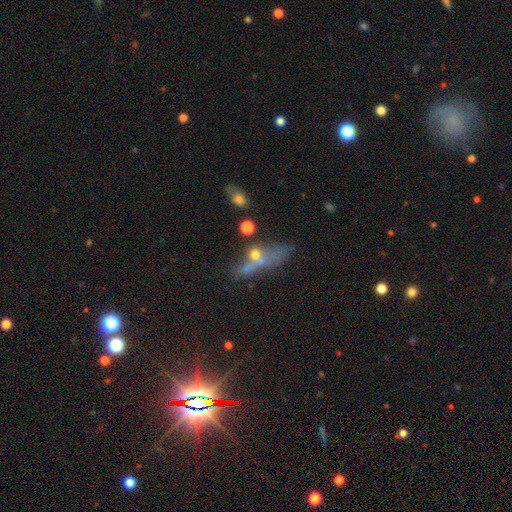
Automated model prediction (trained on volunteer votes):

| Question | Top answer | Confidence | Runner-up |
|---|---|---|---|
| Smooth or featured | smooth | 40% | featured or disk (38%) |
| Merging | none | 33% | merger (30%) |